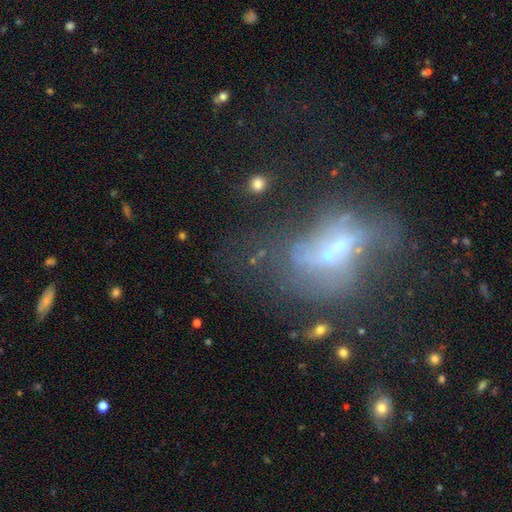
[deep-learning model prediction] A featured or disk galaxy (54%). Merging: none (35%, tied with major disturbance).